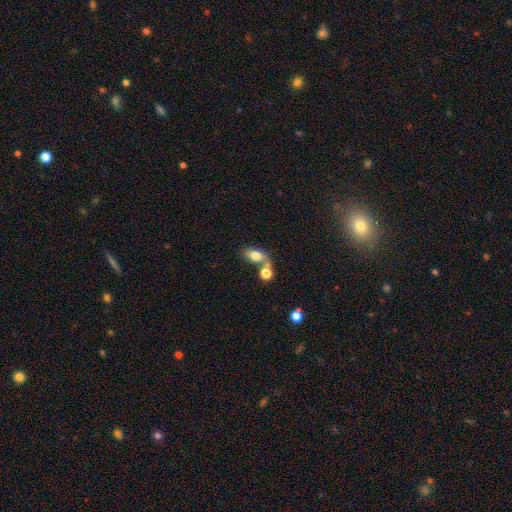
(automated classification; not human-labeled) This is likely a smooth galaxy (76%). How rounded: clearly in between (84%). Merging: marginally none (41%).